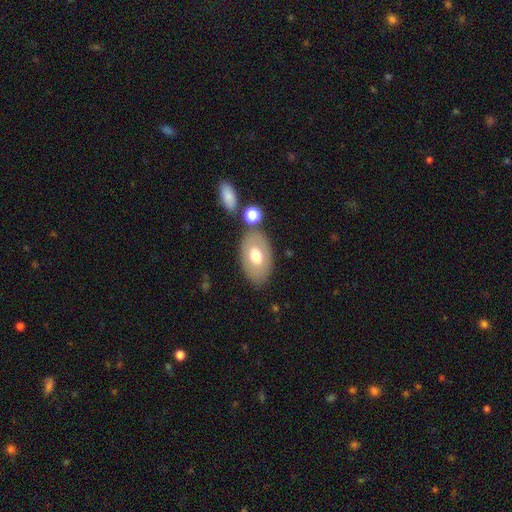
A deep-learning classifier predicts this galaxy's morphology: The model was most divided on "smooth or featured": smooth: 64%, featured or disk: 29%, star or artifact: 7%. More confident: how rounded — in between (88%); merging — none (75%).